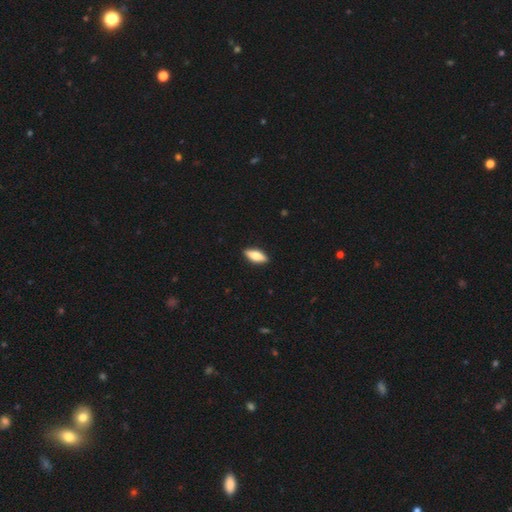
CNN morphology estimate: A smooth galaxy with no disk features (72%) that is in between round and cigar-shaped (71%).

Vote fractions:
- Smooth or featured? smooth: 72% / featured or disk: 22% / star or artifact: 6%
- How rounded? in between: 71% / cigar-shaped: 26% / round: 3%
- Merging? none: 90% / minor disturbance: 8% / major disturbance: 2% / merger: 1%